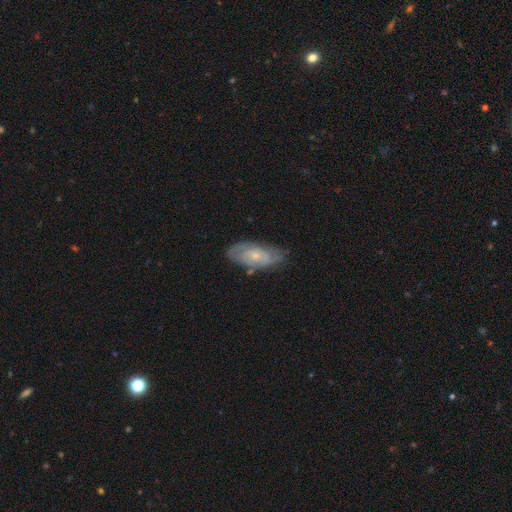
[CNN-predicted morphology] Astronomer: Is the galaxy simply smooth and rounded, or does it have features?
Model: featured or disk — 62%.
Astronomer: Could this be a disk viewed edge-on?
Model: no — 91%.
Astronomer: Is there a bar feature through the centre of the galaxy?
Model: no — 73%.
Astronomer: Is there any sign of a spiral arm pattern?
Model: yes — 79%.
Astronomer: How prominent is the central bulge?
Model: small — 58% (runner-up: moderate, 35%).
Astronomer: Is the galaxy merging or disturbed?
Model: none — 69%.